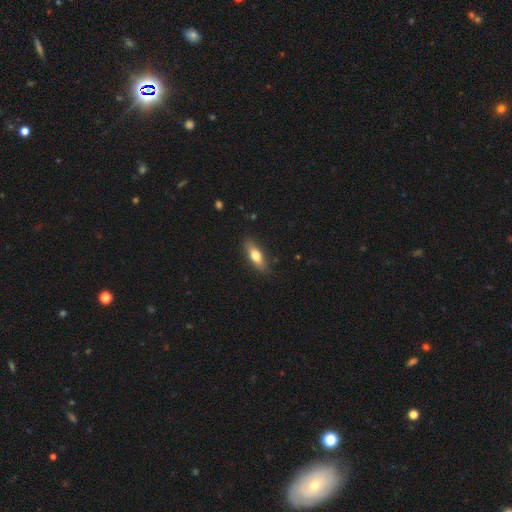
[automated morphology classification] type=smooth (71%); roundness=in between (66%); merging=none (84%).